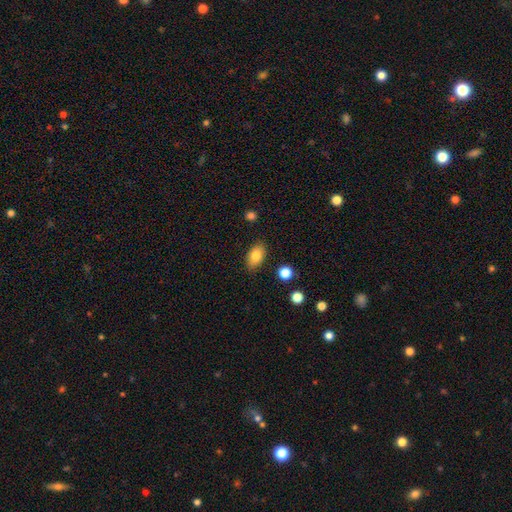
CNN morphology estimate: This is clearly a smooth galaxy (83%). How rounded: clearly in between (89%). Merging: clearly none (85%).